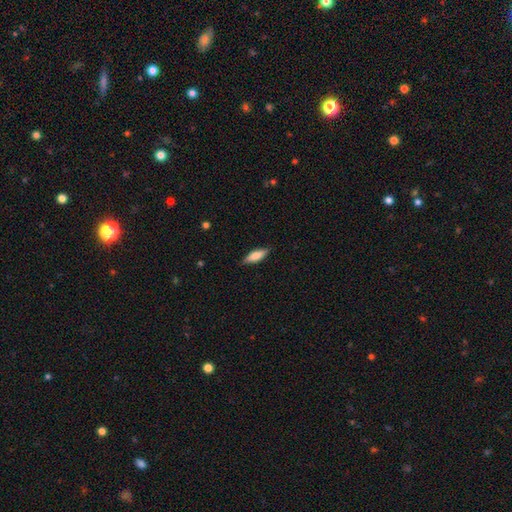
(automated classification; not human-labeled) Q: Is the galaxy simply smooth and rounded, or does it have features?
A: smooth — 77%.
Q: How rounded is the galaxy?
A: in between — 52%.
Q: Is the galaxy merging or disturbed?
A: none — 85%.